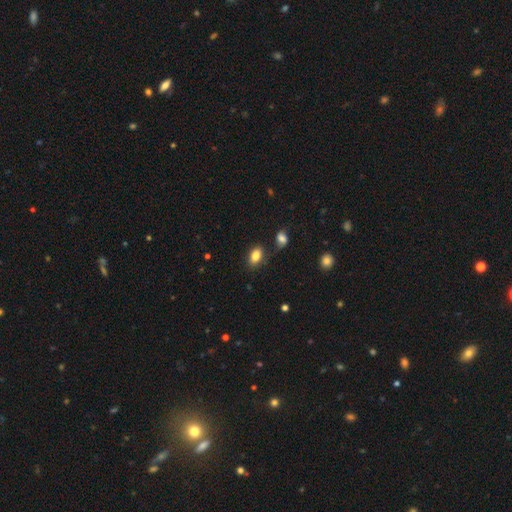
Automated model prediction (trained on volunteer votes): This appears to be a smooth galaxy with no disk features (84%) that is in between round and cigar-shaped (85%). Merging: none (78%).